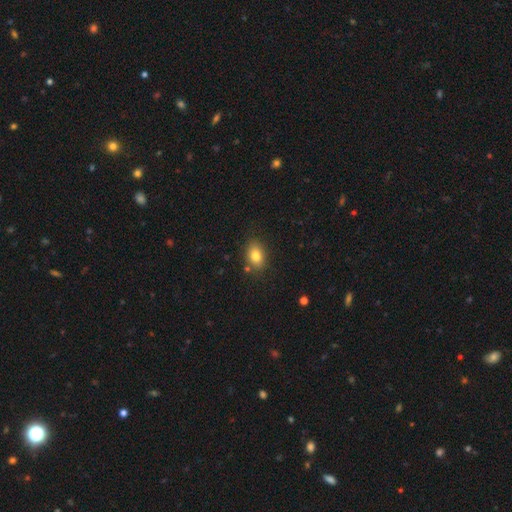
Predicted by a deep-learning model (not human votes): Overall: smooth (80%). How rounded: in between (76%). Merging: none (82%).